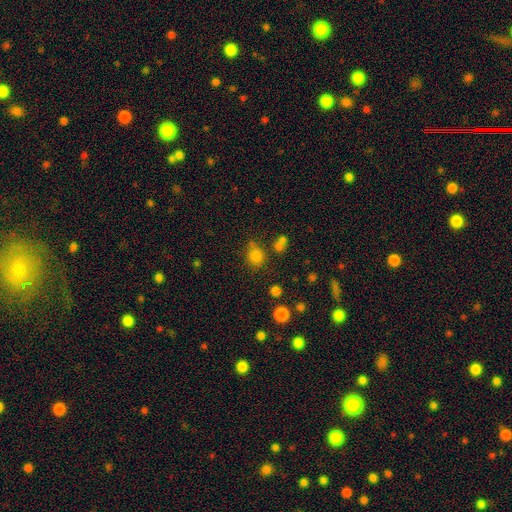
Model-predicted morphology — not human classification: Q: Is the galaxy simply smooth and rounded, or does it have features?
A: smooth — 77%.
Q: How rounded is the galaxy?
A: round — 75%.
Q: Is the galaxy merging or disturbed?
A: none — 66%.